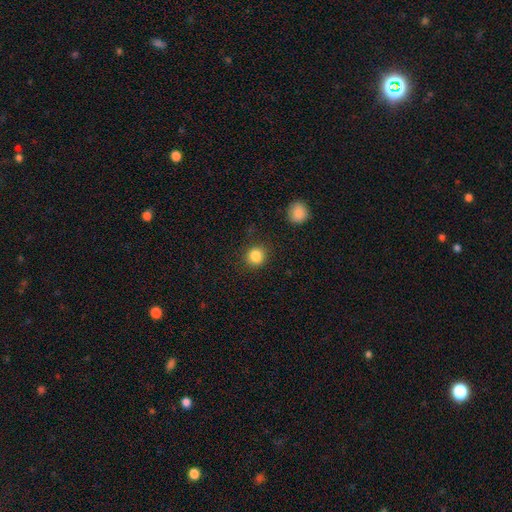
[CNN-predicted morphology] A smooth galaxy with no disk features (85%) that is round (87%).

Vote fractions:
- Smooth or featured? smooth: 85% / star or artifact: 11% / featured or disk: 4%
- How rounded? round: 87% / in between: 12% / cigar-shaped: 1%
- Merging? none: 87% / minor disturbance: 8% / major disturbance: 3% / merger: 2%